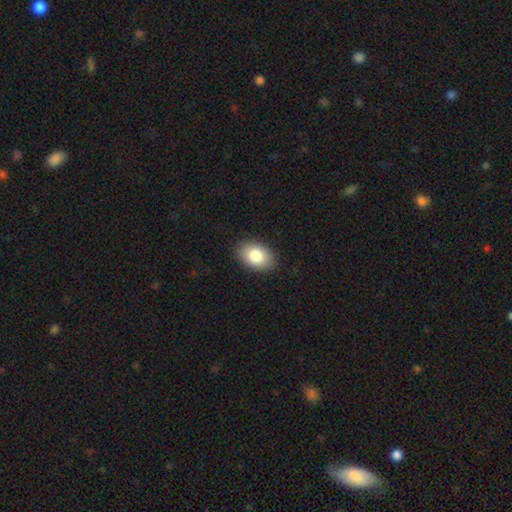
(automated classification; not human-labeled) smooth_or_featured: smooth (p=0.84) [alt: featured or disk p=0.09]
how_rounded: in between (p=0.87) [alt: round p=0.12]
merging: none (p=0.89) [alt: minor disturbance p=0.08]